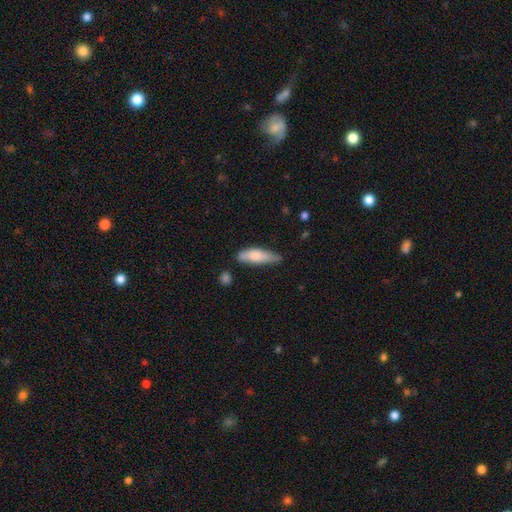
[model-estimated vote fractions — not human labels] Overall: smooth (74%). How rounded: cigar-shaped (51%; in between 47%). Merging: none (49%; minor disturbance 36%).